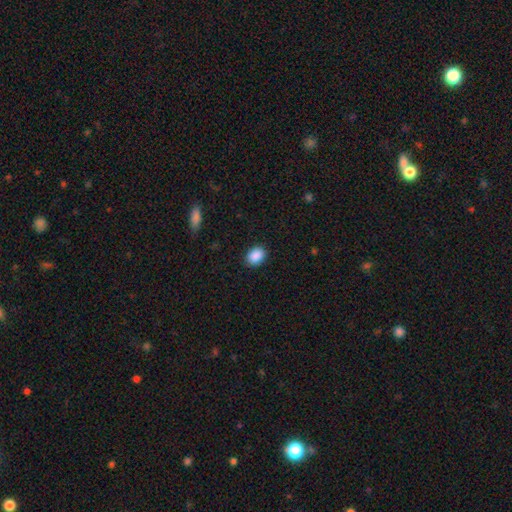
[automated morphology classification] type=smooth (90%); roundness=in between (71%); merging=none (88%).